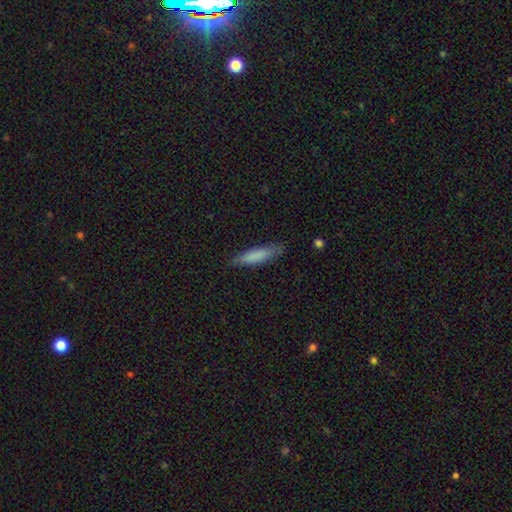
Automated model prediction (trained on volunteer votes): smooth 80%, featured or disk 13%, star or artifact 6%. Down the decision tree: how rounded — cigar-shaped (83%); merging — none (84%).